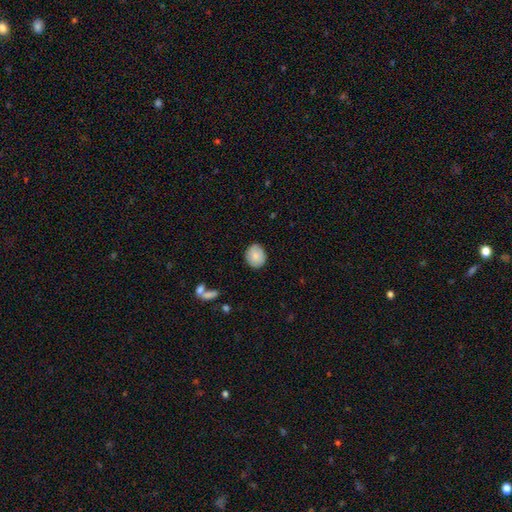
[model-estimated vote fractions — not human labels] This appears to be a smooth galaxy with no disk features (84%) that is round (66%). Merging: none (84%).